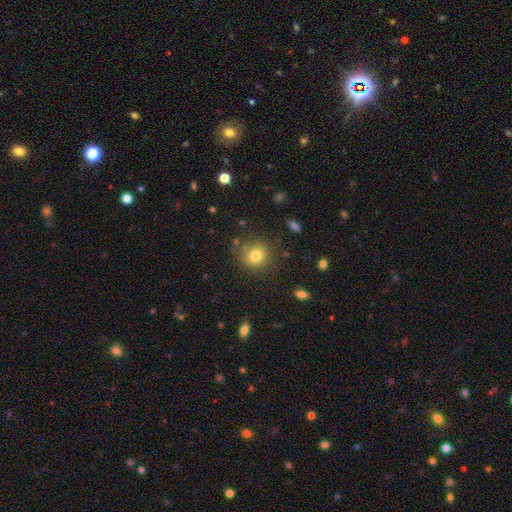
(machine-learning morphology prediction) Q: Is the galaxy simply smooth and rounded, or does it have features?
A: smooth — 79%.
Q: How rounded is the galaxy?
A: round — 87%.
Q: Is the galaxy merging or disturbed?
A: none — 80%.